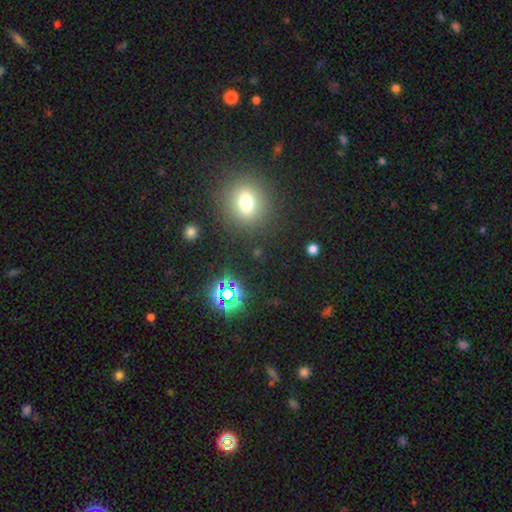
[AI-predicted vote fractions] This is possibly a smooth galaxy (58%). How rounded: clearly round (87%). Merging: clearly none (90%).